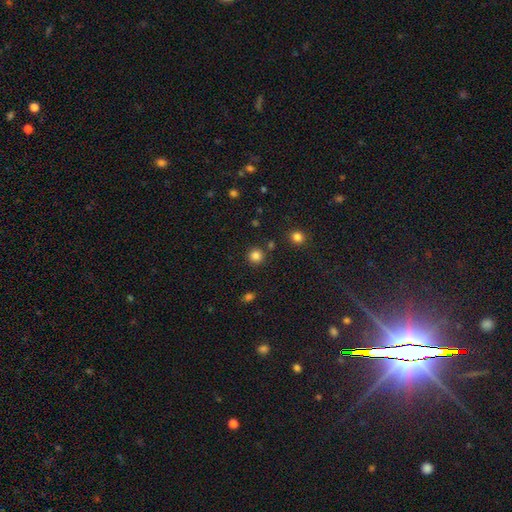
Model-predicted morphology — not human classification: Smooth or featured?
  - smooth: 83% *
  - star or artifact: 13%
  - featured or disk: 4%
How rounded?
  - round: 93% *
  - in between: 6%
  - cigar-shaped: 1%
Merging?
  - none: 87% *
  - minor disturbance: 6%
  - merger: 4%
  - major disturbance: 2%